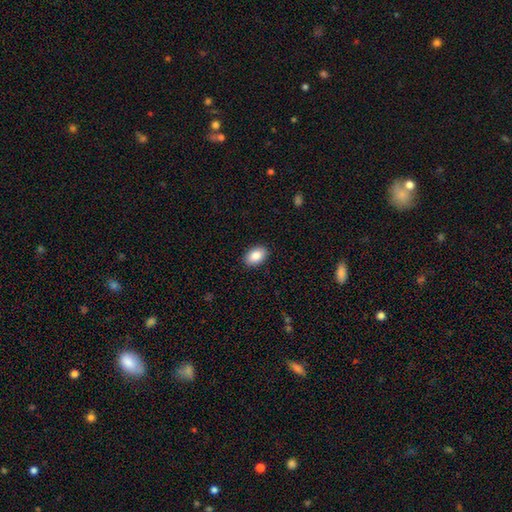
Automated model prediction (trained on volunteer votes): This is clearly a smooth galaxy (86%). How rounded: clearly in between (87%). Merging: clearly none (90%).